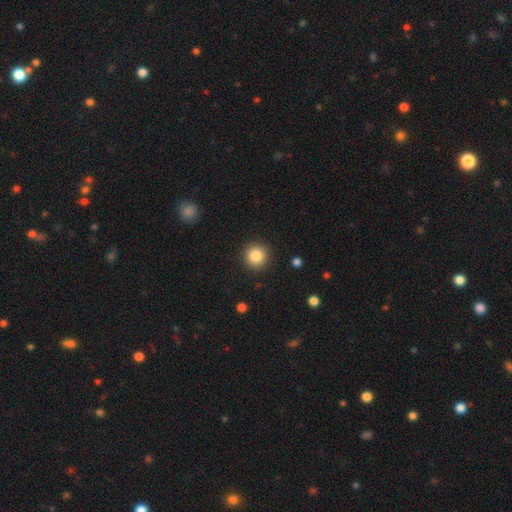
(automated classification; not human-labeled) Overall: smooth (85%). How rounded: round (94%). Merging: none (91%).